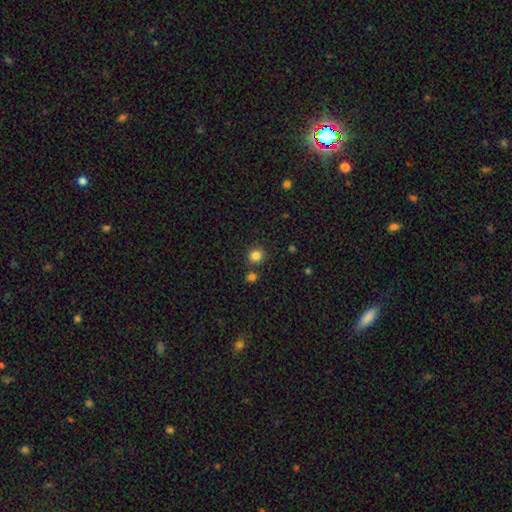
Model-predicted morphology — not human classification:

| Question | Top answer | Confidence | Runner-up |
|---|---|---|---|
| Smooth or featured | smooth | 83% | star or artifact (12%) |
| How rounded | round | 88% | in between (11%) |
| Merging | none | 80% | merger (10%) |